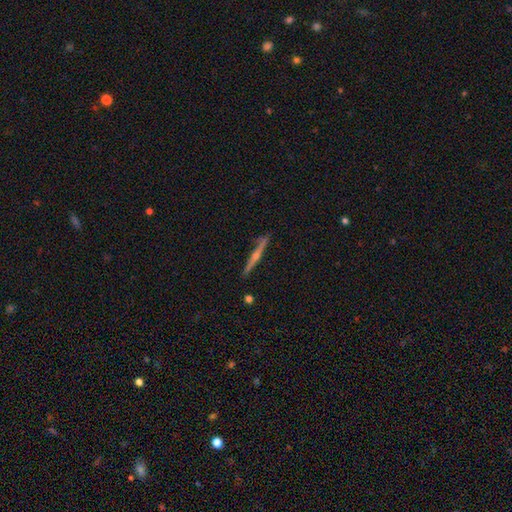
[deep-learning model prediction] Smooth or featured: featured or disk — 78% (smooth — 16%)
Edge-on disk: yes — 98% (no — 2%)
Edge-on bulge: rounded — 88% (none — 9%)
Merging: none — 87% (minor disturbance — 9%)